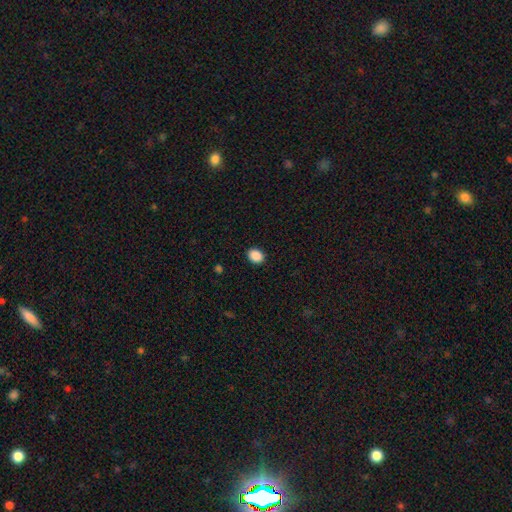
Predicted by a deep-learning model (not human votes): Smooth or featured: smooth — 89% (star or artifact — 8%)
How rounded: in between — 54% (round — 45%)
Merging: none — 91% (minor disturbance — 7%)